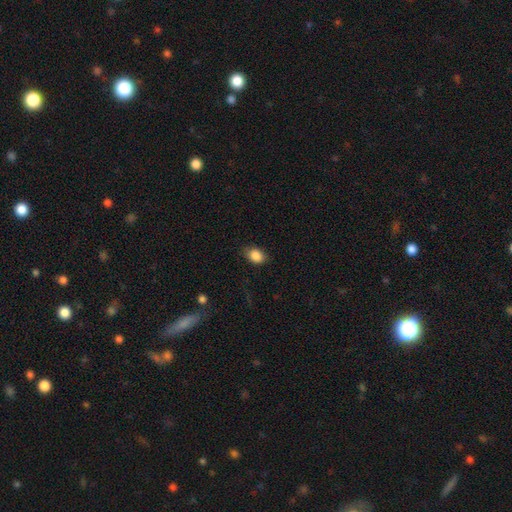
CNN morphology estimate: This appears to be a smooth galaxy with no disk features (88%) that is in between round and cigar-shaped (71%). Merging: none (78%).